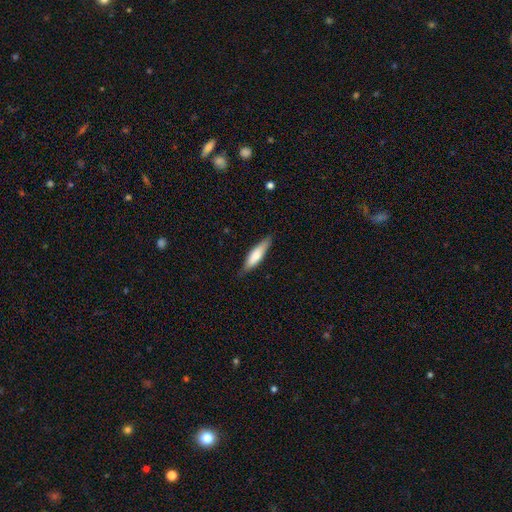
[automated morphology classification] This appears to be a smooth galaxy with no disk features (71%) that is cigar-shaped (69%). Merging: none (82%).